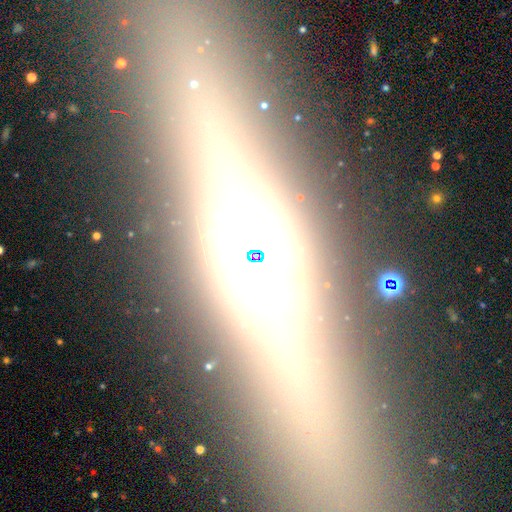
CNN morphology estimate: This appears to be a featured or disk galaxy (50%). Merging: none (86%).